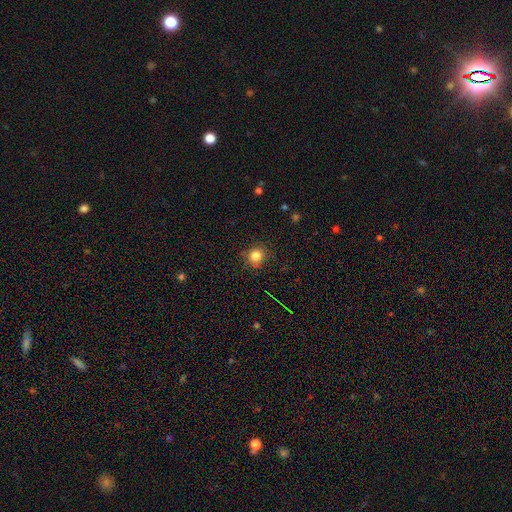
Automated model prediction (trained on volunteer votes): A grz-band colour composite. It shows a smooth galaxy with no disk features (81%) that is round (85%). Merging: none (83%).